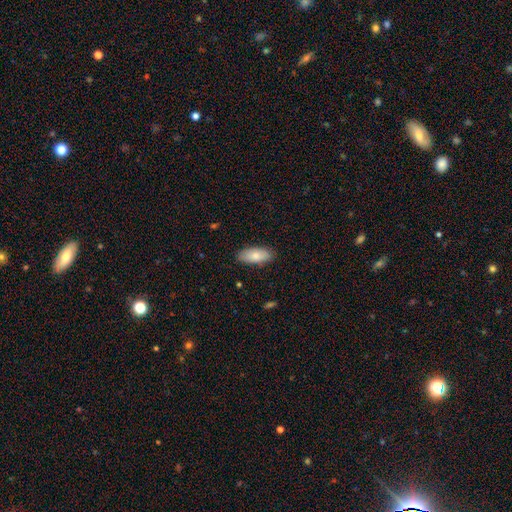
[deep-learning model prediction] smooth_or_featured: smooth (p=0.81) [alt: featured or disk p=0.13]
how_rounded: in between (p=0.85) [alt: cigar-shaped p=0.14]
merging: none (p=0.87) [alt: minor disturbance p=0.10]